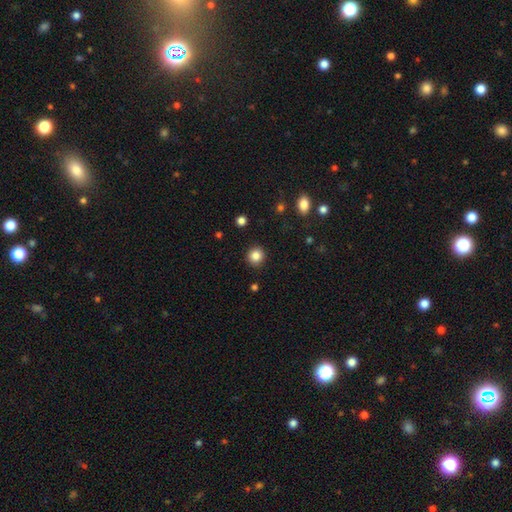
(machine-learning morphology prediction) Smooth or featured?
  - smooth: 85% *
  - star or artifact: 11%
  - featured or disk: 4%
How rounded?
  - round: 91% *
  - in between: 8%
  - cigar-shaped: 1%
Merging?
  - none: 91% *
  - minor disturbance: 6%
  - major disturbance: 2%
  - merger: 1%